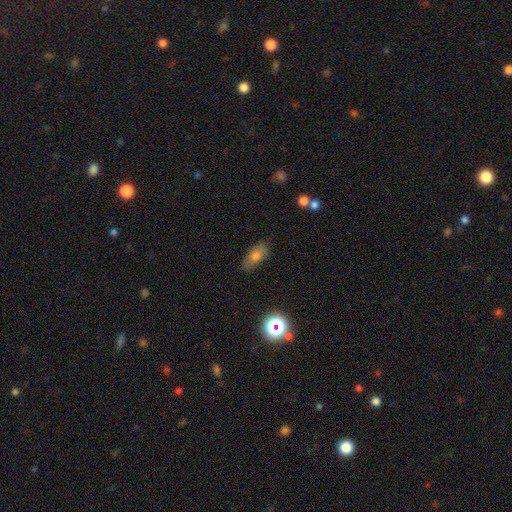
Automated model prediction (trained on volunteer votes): Smooth or featured: smooth — 71% (featured or disk — 17%)
How rounded: in between — 83% (cigar-shaped — 11%)
Merging: none — 75% (minor disturbance — 19%)